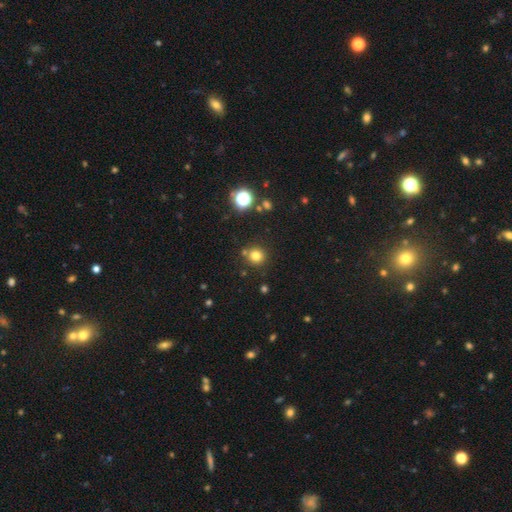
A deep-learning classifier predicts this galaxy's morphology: Smooth or featured? Predicted: smooth (p=0.77). How rounded? Predicted: round (p=0.91). Merging? Predicted: none (p=0.79).